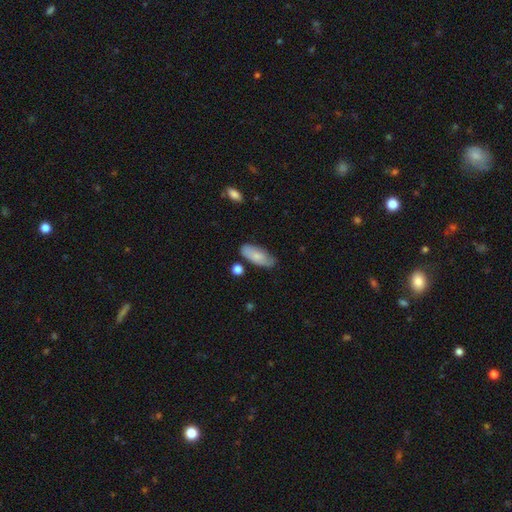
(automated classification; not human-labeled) smooth-or-featured: smooth: 75% | featured or disk: 19% | star or artifact: 6%
  how-rounded: in between: 85% | cigar-shaped: 13% | round: 2%
  merging: none: 72% | minor disturbance: 21% | major disturbance: 4% | merger: 4%